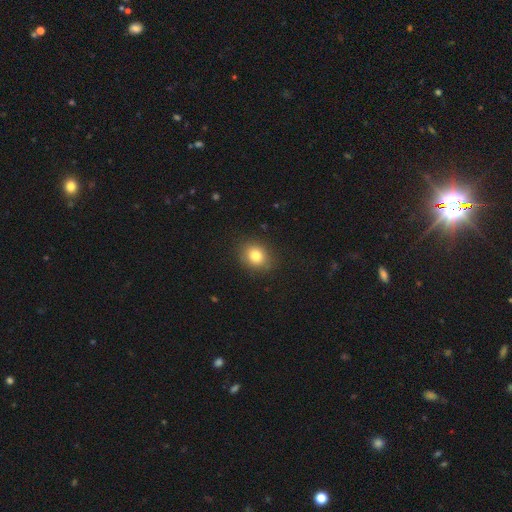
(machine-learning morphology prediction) Smooth or featured? smooth (80%)
How rounded? round (59%)
Merging? none (86%)